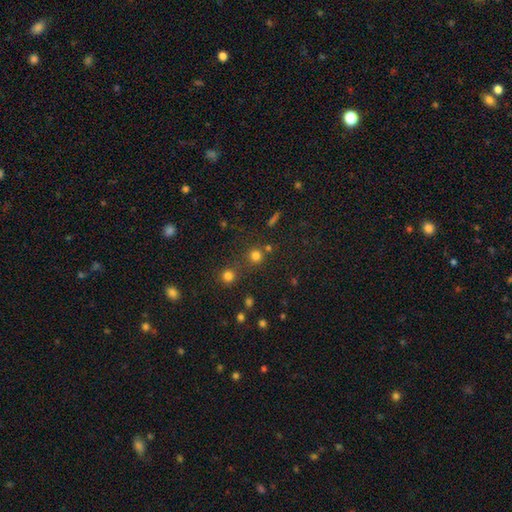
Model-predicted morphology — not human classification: smooth_or_featured: smooth (p=0.76) [alt: star or artifact p=0.18]
how_rounded: round (p=0.92) [alt: in between p=0.07]
merging: none (p=0.71) [alt: merger p=0.18]